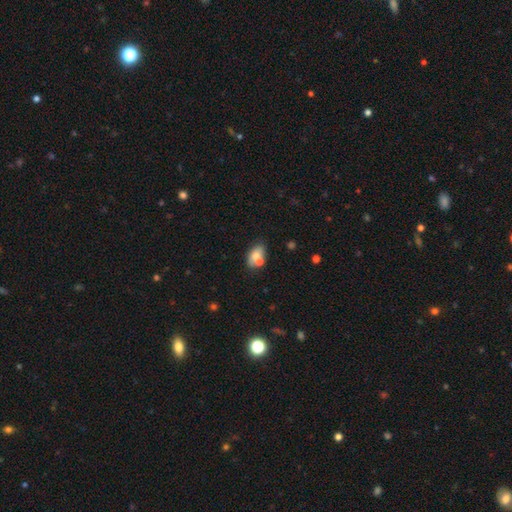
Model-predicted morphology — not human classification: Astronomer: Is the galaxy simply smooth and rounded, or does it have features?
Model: smooth — 69%.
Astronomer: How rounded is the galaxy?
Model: in between — 86%.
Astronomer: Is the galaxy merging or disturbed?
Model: none — 52% (runner-up: merger, 28%).